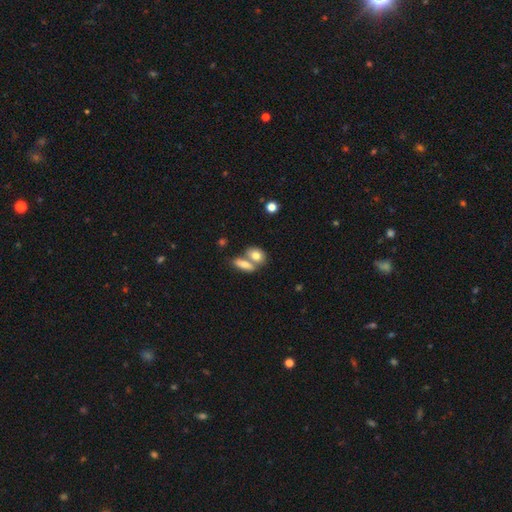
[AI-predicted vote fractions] Smooth or featured?
  - smooth: 78% *
  - featured or disk: 14%
  - star or artifact: 8%
How rounded?
  - in between: 71% *
  - round: 24%
  - cigar-shaped: 5%
Merging?
  - merger: 49% *
  - none: 38%
  - minor disturbance: 9%
  - major disturbance: 4%